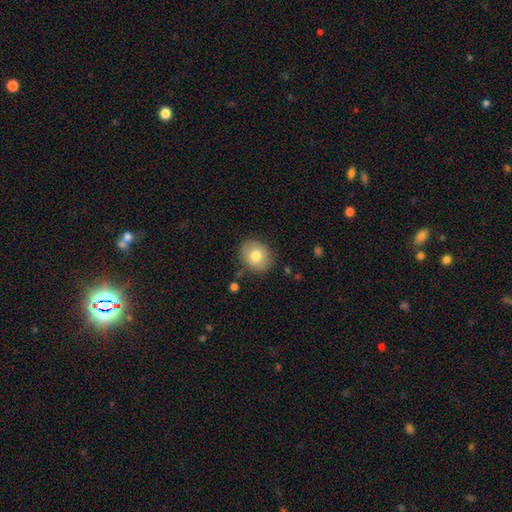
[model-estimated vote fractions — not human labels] Smooth or featured? Predicted: smooth (p=0.78). How rounded? Predicted: round (p=0.64). Merging? Predicted: none (p=0.85).